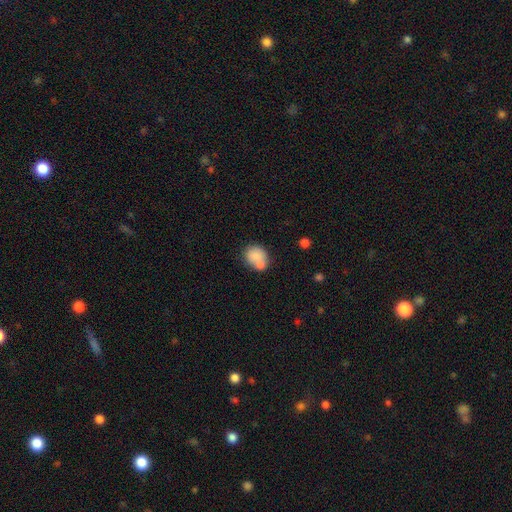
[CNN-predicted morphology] Q: Smooth or featured?
A: smooth (79%); runner-up: featured or disk (13%)
Q: How rounded?
A: round (67%); runner-up: in between (32%)
Q: Merging?
A: none (45%); runner-up: merger (37%)